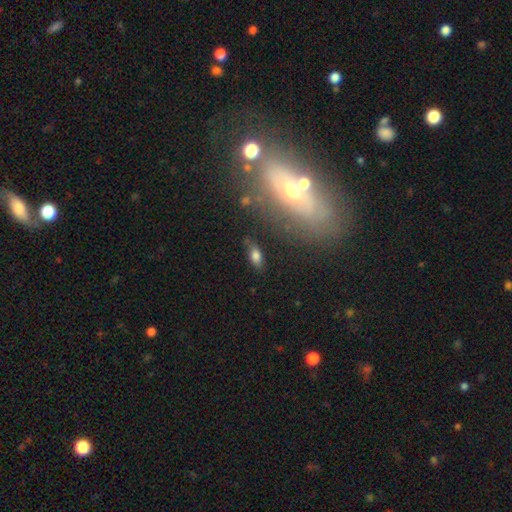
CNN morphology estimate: Smooth or featured?
  - smooth: 75% *
  - featured or disk: 14%
  - star or artifact: 11%
How rounded?
  - in between: 84% *
  - cigar-shaped: 9%
  - round: 6%
Merging?
  - none: 71% *
  - minor disturbance: 18%
  - major disturbance: 6%
  - merger: 5%